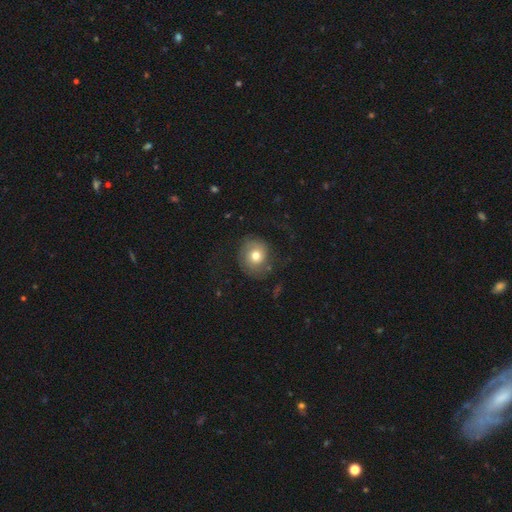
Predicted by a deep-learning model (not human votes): Smooth or featured?
  - smooth: 61% *
  - featured or disk: 30%
  - star or artifact: 9%
How rounded?
  - round: 79% *
  - in between: 20%
  - cigar-shaped: 1%
Merging?
  - none: 66% *
  - minor disturbance: 19%
  - major disturbance: 14%
  - merger: 2%